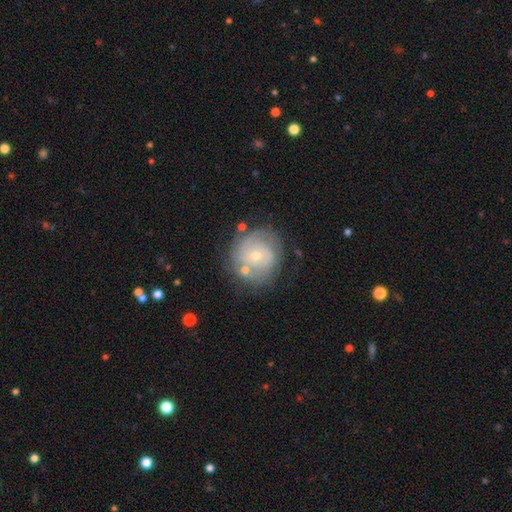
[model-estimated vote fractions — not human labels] A featured or disk galaxy (75%) with no bar (71%), 2 (40%) tight (65%) spiral arms (89%) and a small central bulge (63%). Merging: none (73%).